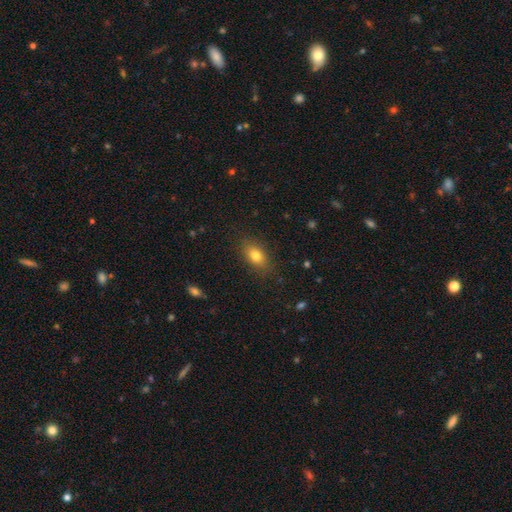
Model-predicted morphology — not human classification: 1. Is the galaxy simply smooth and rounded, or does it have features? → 81% smooth, 10% featured or disk, 10% star or artifact.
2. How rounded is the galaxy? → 84% in between, 13% round, 4% cigar-shaped.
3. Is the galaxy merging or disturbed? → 84% none, 12% minor disturbance, 3% major disturbance, 1% merger.